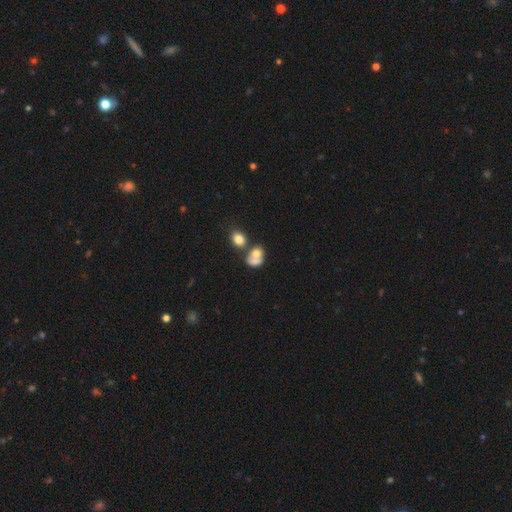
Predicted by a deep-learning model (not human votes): A smooth galaxy with no disk features (69%) that is in between round and cigar-shaped (52%). Merging: merger (53%).